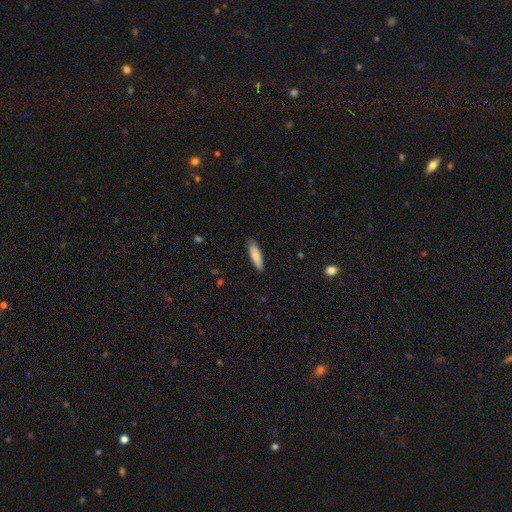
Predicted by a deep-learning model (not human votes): A smooth galaxy with no disk features (78%) that is cigar-shaped (57%).

Vote fractions:
- Smooth or featured? smooth: 78% / featured or disk: 16% / star or artifact: 6%
- How rounded? cigar-shaped: 57% / in between: 41% / round: 2%
- Merging? none: 82% / minor disturbance: 14% / major disturbance: 2% / merger: 1%